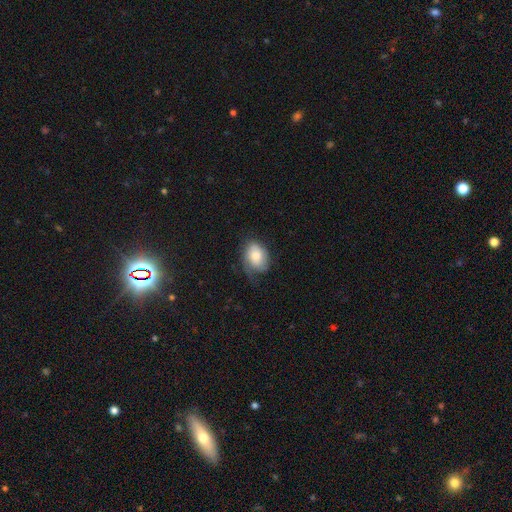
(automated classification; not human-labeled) The model was most divided on "merging": none: 50%, minor disturbance: 33%, major disturbance: 16%, merger: 1%. More confident: how rounded — in between (77%); smooth or featured — smooth (66%).